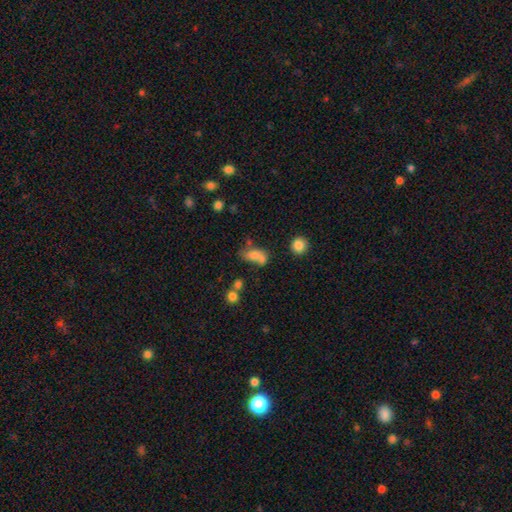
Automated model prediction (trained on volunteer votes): Smooth or featured: smooth — 68% (featured or disk — 19%)
How rounded: in between — 75% (round — 21%)
Merging: merger — 41% (none — 32%)